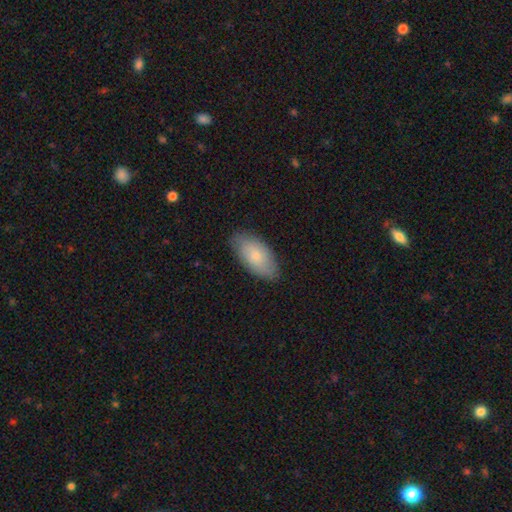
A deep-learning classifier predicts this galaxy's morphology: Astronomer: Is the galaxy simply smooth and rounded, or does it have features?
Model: smooth — 77%.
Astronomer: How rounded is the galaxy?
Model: in between — 93%.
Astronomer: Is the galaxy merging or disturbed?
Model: none — 83%.